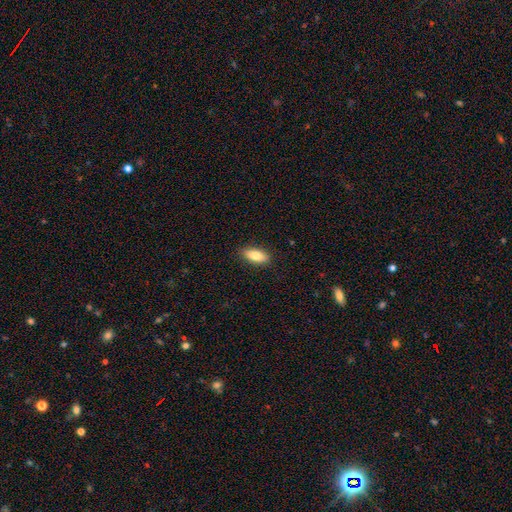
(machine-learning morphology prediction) type=smooth (79%); roundness=in between (78%); merging=none (88%).